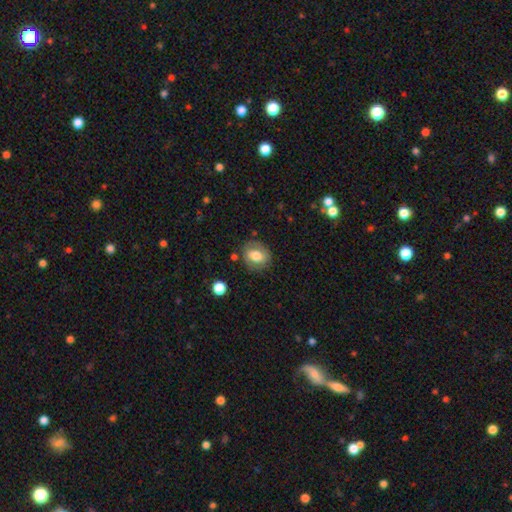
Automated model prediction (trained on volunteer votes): A smooth galaxy with no disk features (70%) that is round (54%). Merging: none (78%).